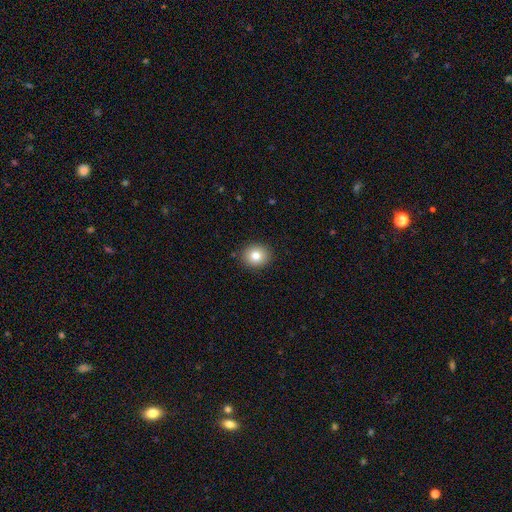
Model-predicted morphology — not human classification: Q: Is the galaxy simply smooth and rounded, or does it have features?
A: smooth — 80%.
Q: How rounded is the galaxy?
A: round — 78%.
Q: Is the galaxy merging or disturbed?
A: none — 90%.